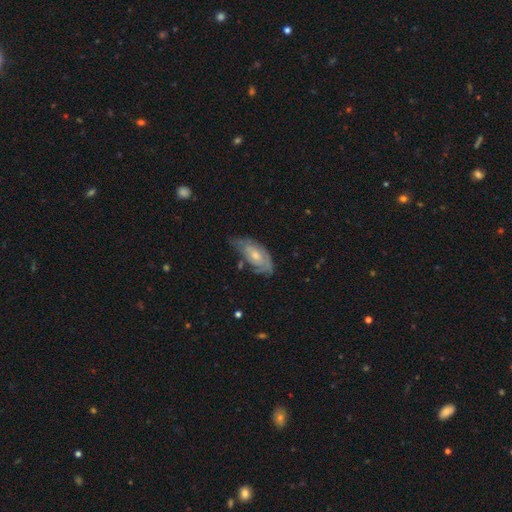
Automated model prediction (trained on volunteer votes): Smooth or featured? featured or disk (62%)
Edge-on disk? no (89%)
Bar? no (72%)
Spiral arms? yes (76%)
Bulge size? moderate (50%)
Merging? none (48%)